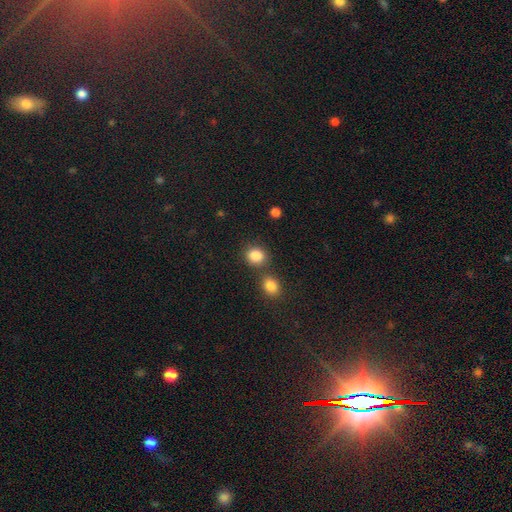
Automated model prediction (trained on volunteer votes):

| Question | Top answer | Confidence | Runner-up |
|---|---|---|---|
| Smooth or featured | smooth | 86% | star or artifact (10%) |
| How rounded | round | 65% | in between (34%) |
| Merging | none | 65% | merger (21%) |